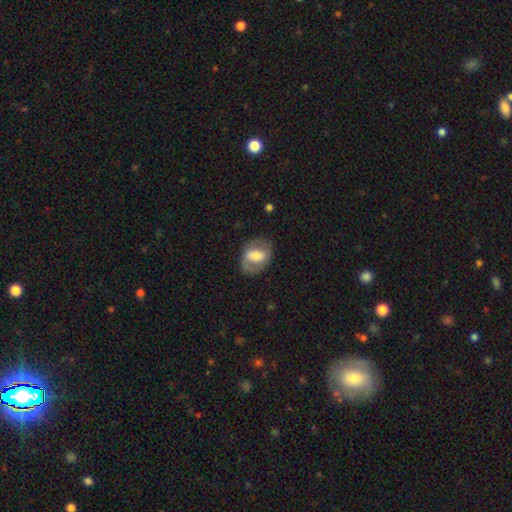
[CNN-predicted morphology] smooth-or-featured: smooth: 50% | featured or disk: 43% | star or artifact: 7%
  merging: none: 70% | minor disturbance: 18% | major disturbance: 10% | merger: 2%